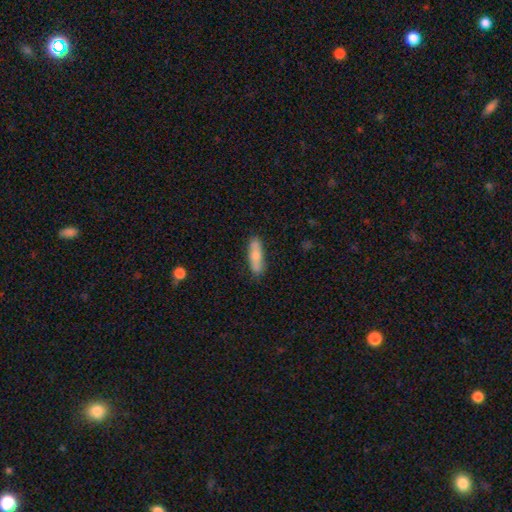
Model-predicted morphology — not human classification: smooth_or_featured: smooth (p=0.70) [alt: featured or disk p=0.24]
how_rounded: cigar-shaped (p=0.50) [alt: in between p=0.47]
merging: none (p=0.82) [alt: minor disturbance p=0.14]